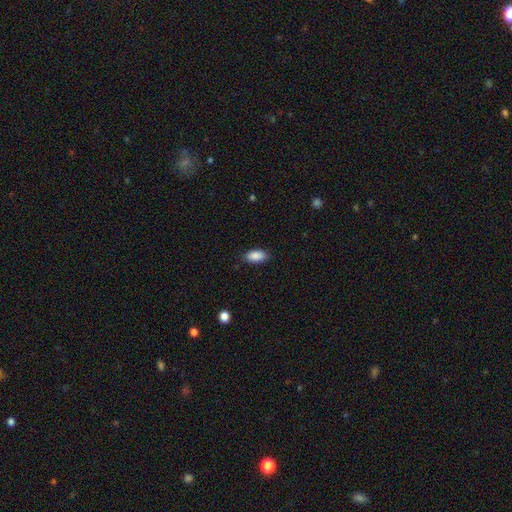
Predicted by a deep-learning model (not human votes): Smooth or featured? smooth (89%)
How rounded? in between (92%)
Merging? none (86%)